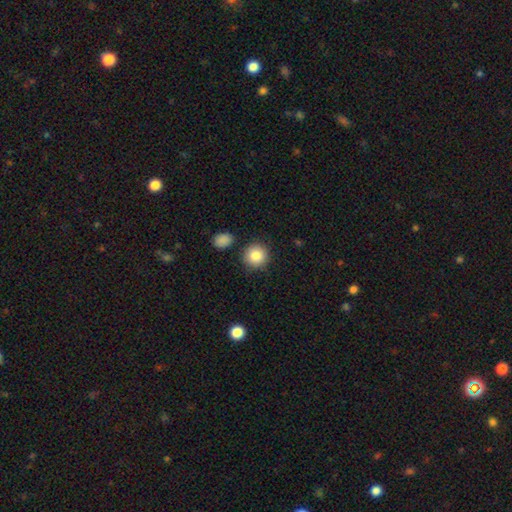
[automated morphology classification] Smooth or featured: smooth — 85% (star or artifact — 8%)
How rounded: round — 91% (in between — 8%)
Merging: none — 86% (minor disturbance — 8%)